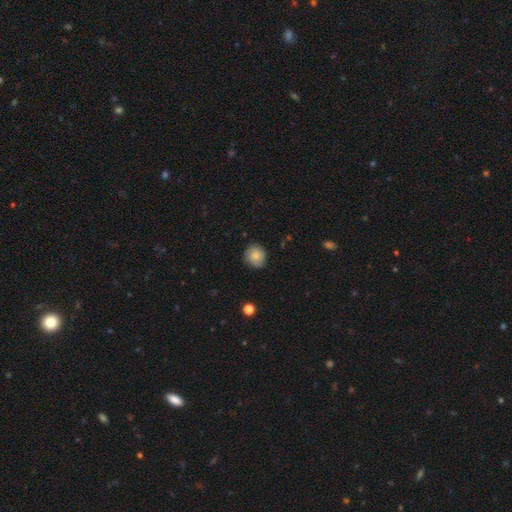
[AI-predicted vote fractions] smooth_or_featured: smooth (p=0.81) [alt: featured or disk p=0.11]
how_rounded: round (p=0.88) [alt: in between p=0.12]
merging: none (p=0.83) [alt: minor disturbance p=0.13]